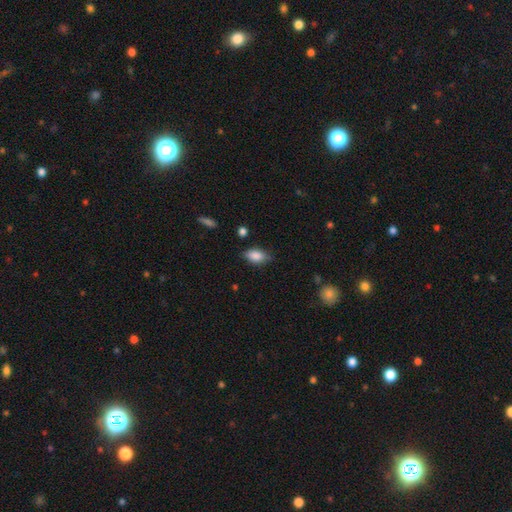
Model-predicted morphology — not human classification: This appears to be a smooth galaxy with no disk features (83%) that is in between round and cigar-shaped (88%). Merging: none (74%).